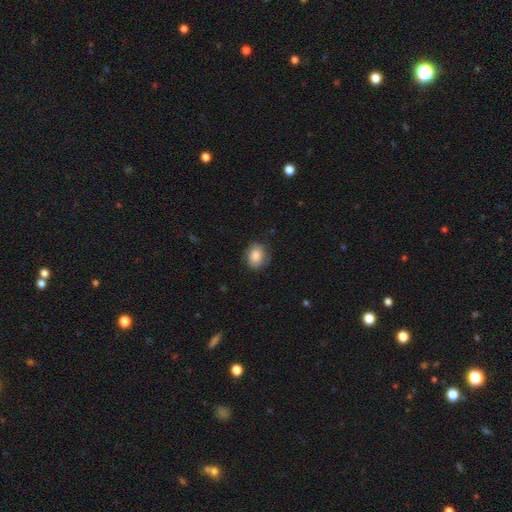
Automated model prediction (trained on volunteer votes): smooth-or-featured: smooth: 82% | featured or disk: 10% | star or artifact: 7%
  how-rounded: round: 50% | in between: 49% | cigar-shaped: 1%
  merging: none: 78% | minor disturbance: 17% | major disturbance: 4% | merger: 1%